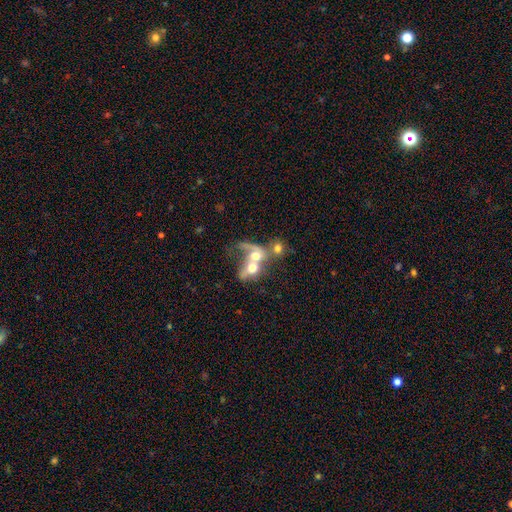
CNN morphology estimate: Smooth or featured?
  - smooth: 48% *
  - featured or disk: 41%
  - star or artifact: 11%
Merging?
  - merger: 76% *
  - major disturbance: 11%
  - none: 9%
  - minor disturbance: 4%